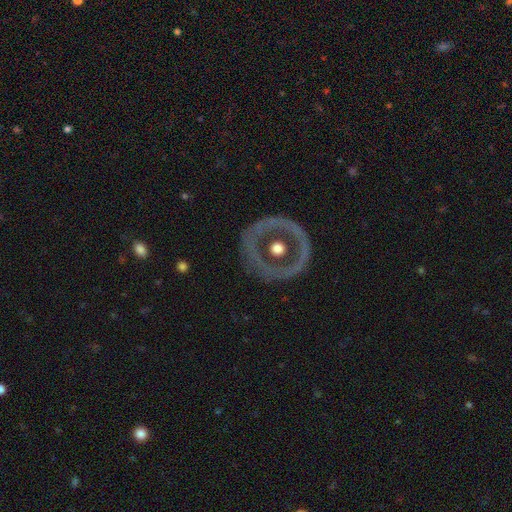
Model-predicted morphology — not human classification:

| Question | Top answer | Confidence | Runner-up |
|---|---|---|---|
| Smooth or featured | featured or disk | 65% | smooth (23%) |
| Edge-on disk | no | 88% | yes (12%) |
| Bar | no | 65% | weak (18%) |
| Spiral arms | no | 87% | yes (13%) |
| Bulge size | moderate | 61% | small (25%) |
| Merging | none | 81% | minor disturbance (11%) |